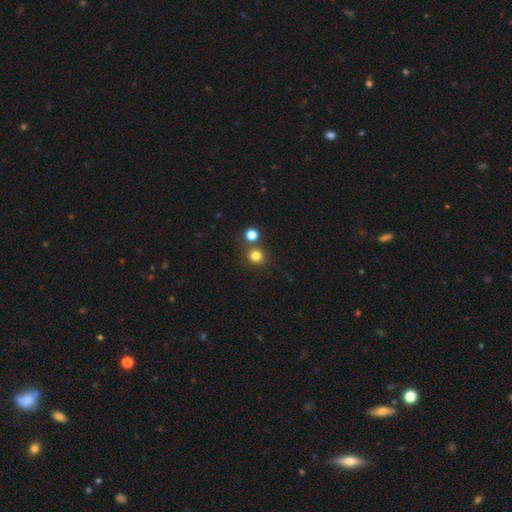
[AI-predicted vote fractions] smooth-or-featured: smooth: 79% | star or artifact: 16% | featured or disk: 6%
  how-rounded: round: 87% | in between: 12% | cigar-shaped: 1%
  merging: none: 73% | merger: 16% | minor disturbance: 7% | major disturbance: 3%